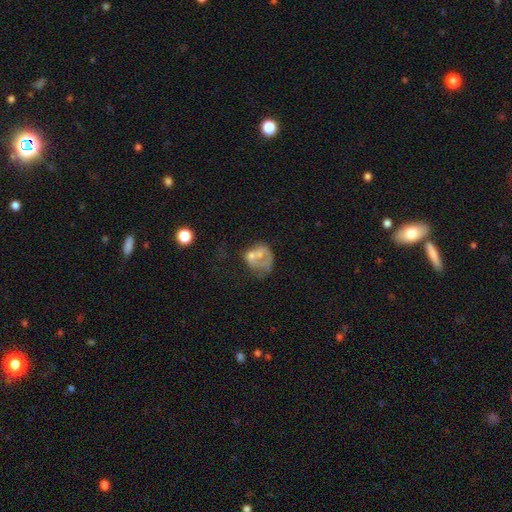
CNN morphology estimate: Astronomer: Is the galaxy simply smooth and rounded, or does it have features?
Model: smooth — 46% (runner-up: featured or disk, 44%).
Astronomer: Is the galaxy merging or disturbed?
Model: merger — 33% (runner-up: major disturbance, 27%).